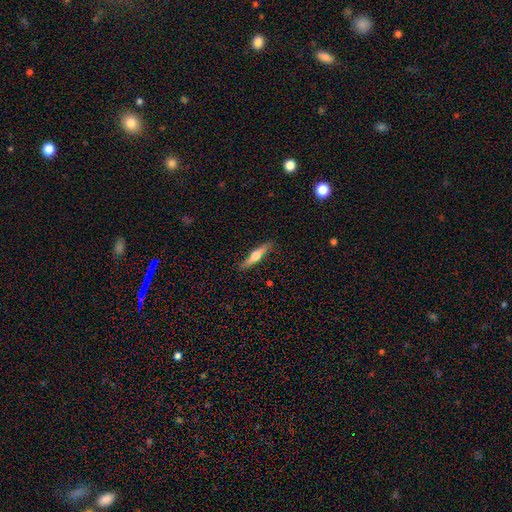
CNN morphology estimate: This is possibly a featured or disk galaxy (54%). It is clearly viewed edge-on (94%). Edge-on bulge: clearly rounded (93%). Merging: clearly none (87%).